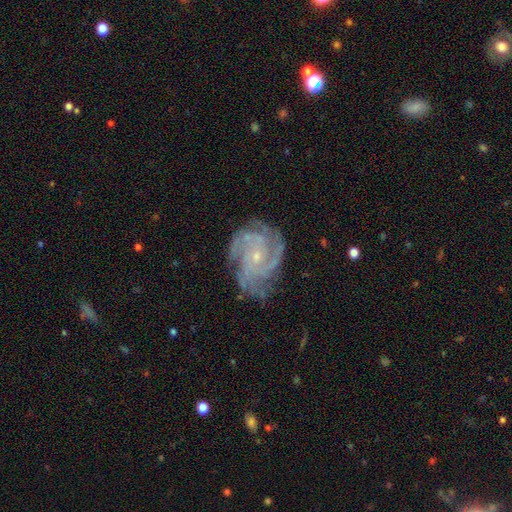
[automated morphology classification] smooth-or-featured: featured or disk: 89% | star or artifact: 6% | smooth: 5%
  disk-edge-on: no: 98% | yes: 2%
    bar: no: 73% | weak: 22% | strong: 5%
    has-spiral-arms: yes: 98% | no: 2%
      spiral-winding: tight: 61% | medium: 33% | loose: 5%
      spiral-arm-count: 3: 30% (tied) | 4: 30% (tied) | can't tell: 14% | 2: 11% | more than 4: 8% | 1: 7%
    bulge-size: small: 79% | moderate: 17% | none: 2% | large: 1% | dominant: 1%
  merging: none: 75% | minor disturbance: 18% | major disturbance: 6% | merger: 1%